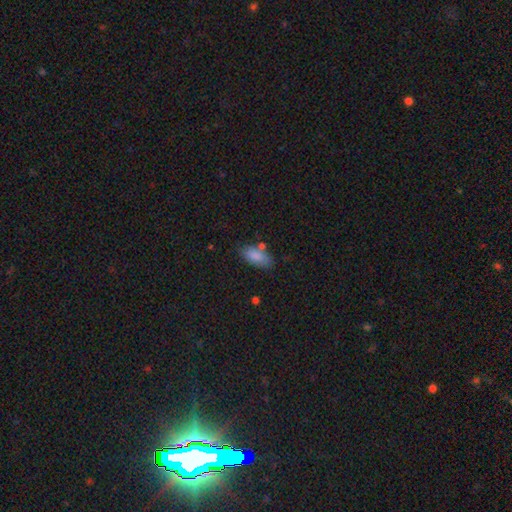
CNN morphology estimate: Smooth or featured? Predicted: smooth (p=0.85). How rounded? Predicted: in between (p=0.88). Merging? Predicted: none (p=0.68).